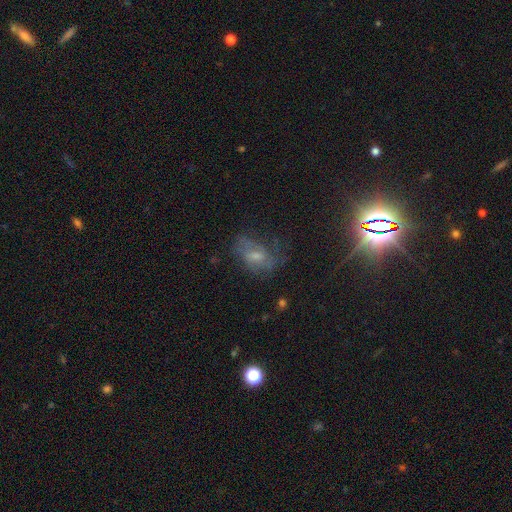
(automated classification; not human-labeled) This appears to be a featured or disk galaxy (41%). Merging: none (48%).